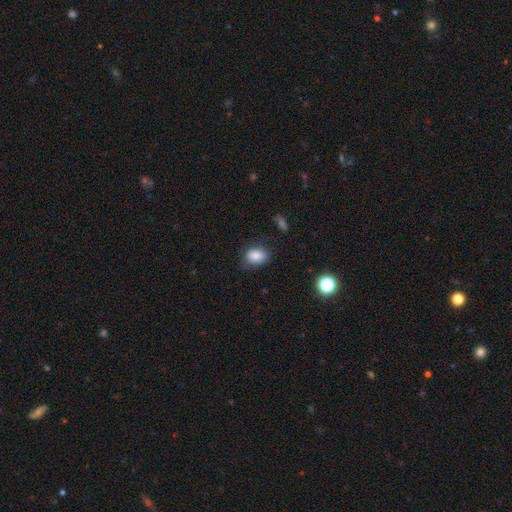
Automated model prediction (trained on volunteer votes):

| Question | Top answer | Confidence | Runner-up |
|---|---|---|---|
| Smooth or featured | smooth | 85% | star or artifact (9%) |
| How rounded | in between | 71% | round (27%) |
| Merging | none | 73% | minor disturbance (20%) |